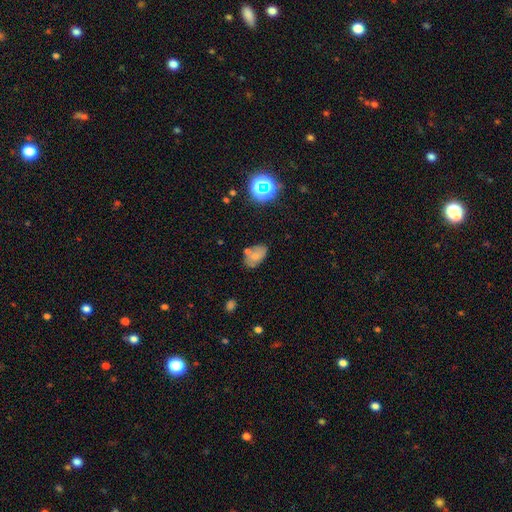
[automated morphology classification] smooth-or-featured: smooth: 68% | featured or disk: 17% | star or artifact: 15%
  how-rounded: in between: 89% | round: 9% | cigar-shaped: 2%
  merging: none: 61% | minor disturbance: 19% | merger: 14% | major disturbance: 6%